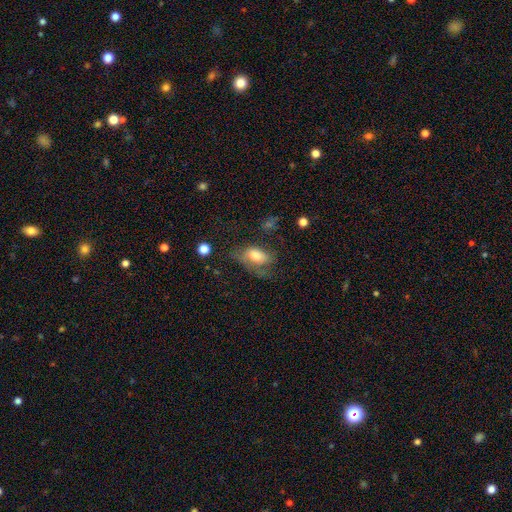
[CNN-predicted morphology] type=smooth (61%); roundness=in between (87%); merging=major disturbance (39%).